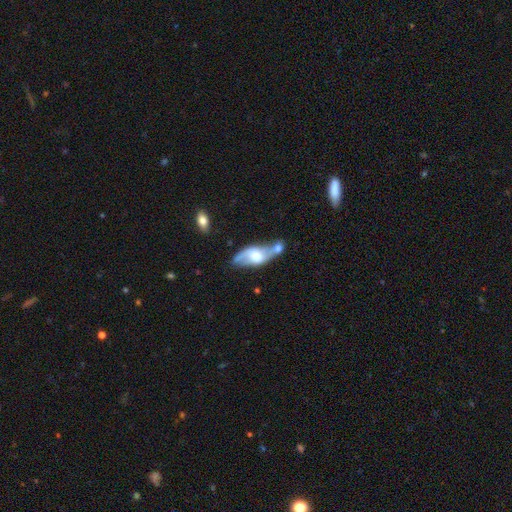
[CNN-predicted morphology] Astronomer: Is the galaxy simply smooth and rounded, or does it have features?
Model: featured or disk — 62%.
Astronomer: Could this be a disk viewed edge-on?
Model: no — 85%.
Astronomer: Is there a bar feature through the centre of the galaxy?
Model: no — 59%.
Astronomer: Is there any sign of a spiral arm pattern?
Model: yes — 76%.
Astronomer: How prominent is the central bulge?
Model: moderate — 58%.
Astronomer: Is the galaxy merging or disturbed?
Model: merger — 42% (runner-up: none, 32%).